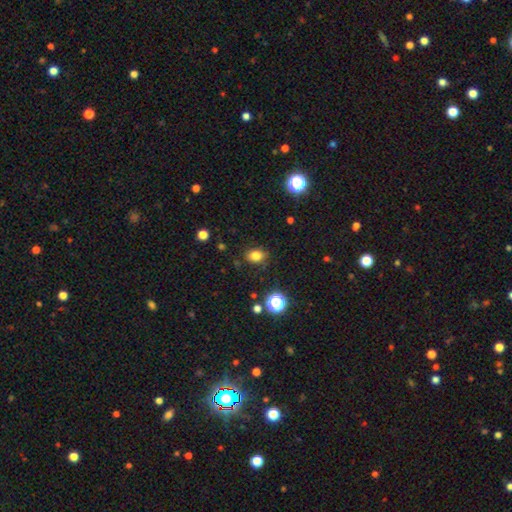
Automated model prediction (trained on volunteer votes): A smooth galaxy with no disk features (80%) that is in between round and cigar-shaped (57%).

Vote fractions:
- Smooth or featured? smooth: 80% / star or artifact: 13% / featured or disk: 6%
- How rounded? in between: 57% / round: 42% / cigar-shaped: 1%
- Merging? none: 84% / minor disturbance: 11% / major disturbance: 3% / merger: 2%